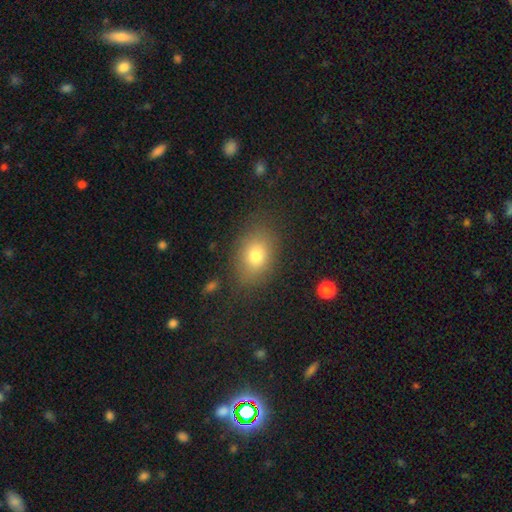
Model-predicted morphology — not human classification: Smooth or featured: smooth — 76% (featured or disk — 13%)
How rounded: in between — 73% (round — 25%)
Merging: none — 78% (minor disturbance — 14%)